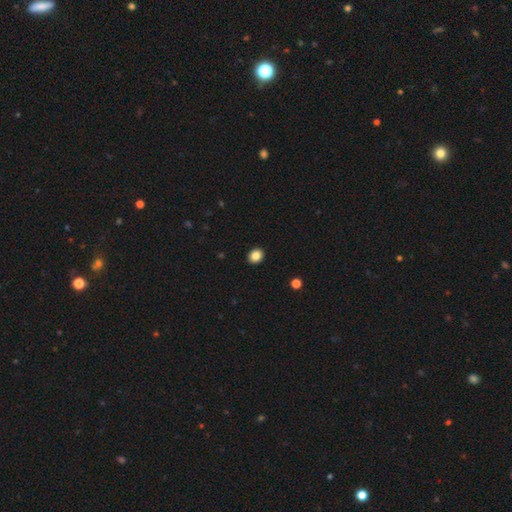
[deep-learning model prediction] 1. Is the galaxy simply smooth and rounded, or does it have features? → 85% smooth, 10% star or artifact, 5% featured or disk.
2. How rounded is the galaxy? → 56% round, 44% in between, 1% cigar-shaped.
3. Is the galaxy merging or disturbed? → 92% none, 6% minor disturbance, 1% major disturbance, 1% merger.